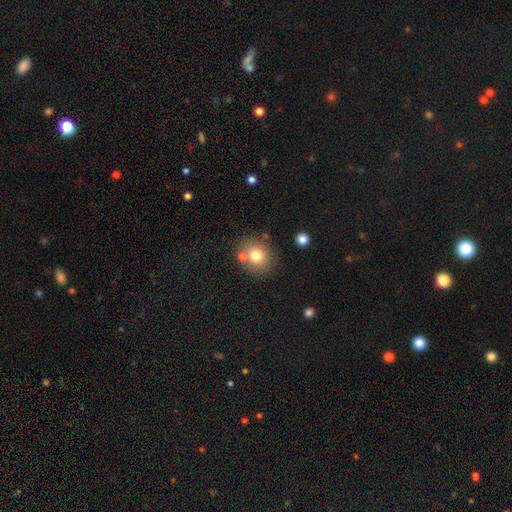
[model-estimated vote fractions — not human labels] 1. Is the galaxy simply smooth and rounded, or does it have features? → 76% smooth, 13% featured or disk, 11% star or artifact.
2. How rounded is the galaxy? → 73% round, 26% in between, 1% cigar-shaped.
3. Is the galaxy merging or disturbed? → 71% none, 15% merger, 11% minor disturbance, 4% major disturbance.